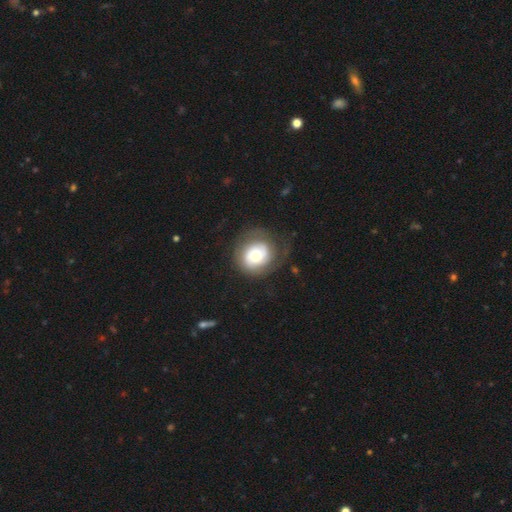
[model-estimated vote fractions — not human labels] Morphology: type=featured or disk (51%); edge-on=no (97%); merging=none (62%).